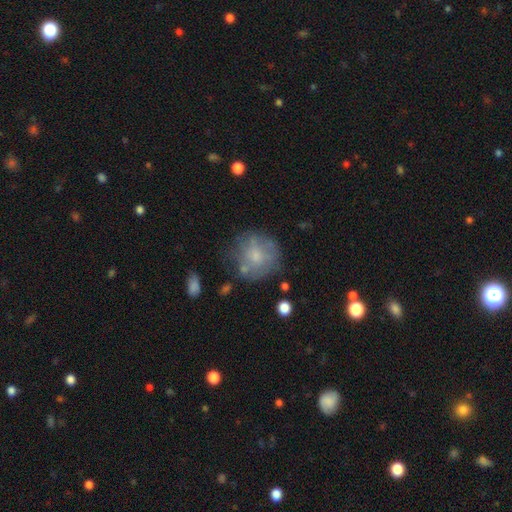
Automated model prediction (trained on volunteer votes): Smooth or featured? smooth (58%)
How rounded? round (86%)
Merging? none (59%)